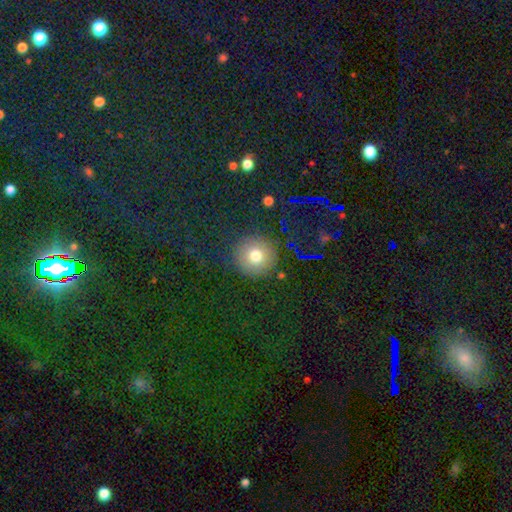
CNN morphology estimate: Smooth or featured?
  - smooth: 73% *
  - star or artifact: 17%
  - featured or disk: 10%
How rounded?
  - round: 94% *
  - in between: 5%
  - cigar-shaped: 1%
Merging?
  - none: 88% *
  - minor disturbance: 7%
  - major disturbance: 3%
  - merger: 2%